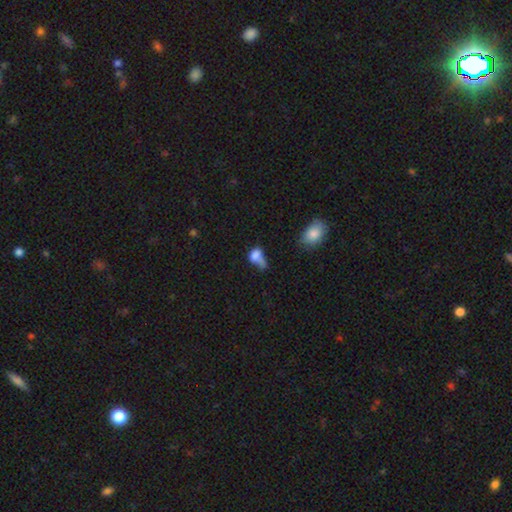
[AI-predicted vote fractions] Morphology: type=smooth (71%); roundness=in between (69%); merging=merger (36%).